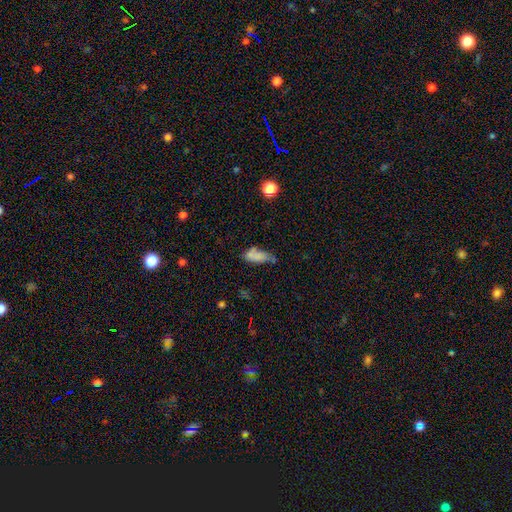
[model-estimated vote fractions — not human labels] Overall: smooth (70%). How rounded: in between (78%). Merging: none (35%; minor disturbance 31%).